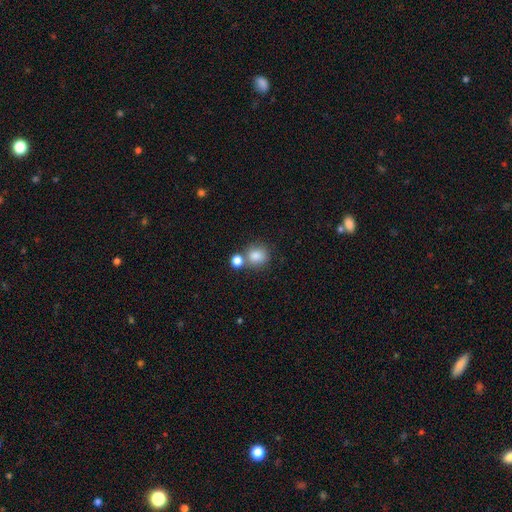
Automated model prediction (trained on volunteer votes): Morphology: type=smooth (83%); roundness=round (83%); merging=none (61%).